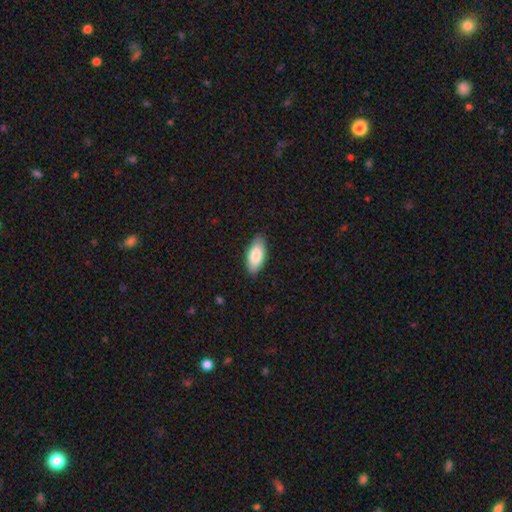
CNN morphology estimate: Smooth or featured: smooth — 85% (featured or disk — 9%)
How rounded: in between — 90% (cigar-shaped — 9%)
Merging: none — 86% (minor disturbance — 11%)